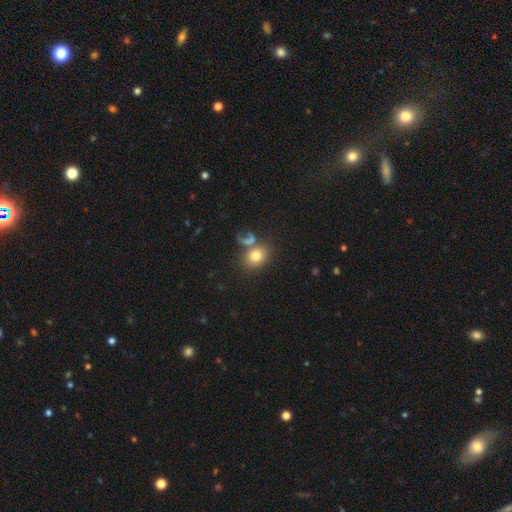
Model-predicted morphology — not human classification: This appears to be a smooth galaxy with no disk features (78%) that is in between round and cigar-shaped (53%). Merging: none (55%).